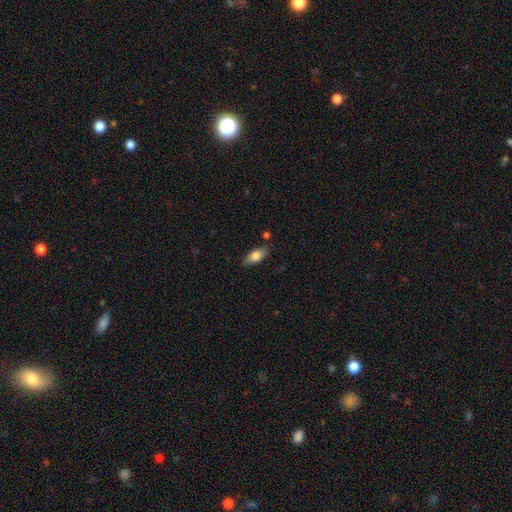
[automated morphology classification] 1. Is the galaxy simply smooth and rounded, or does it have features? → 77% smooth, 16% featured or disk, 7% star or artifact.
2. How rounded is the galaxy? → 83% in between, 13% cigar-shaped, 3% round.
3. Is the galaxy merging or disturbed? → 79% none, 15% minor disturbance, 3% merger, 3% major disturbance.